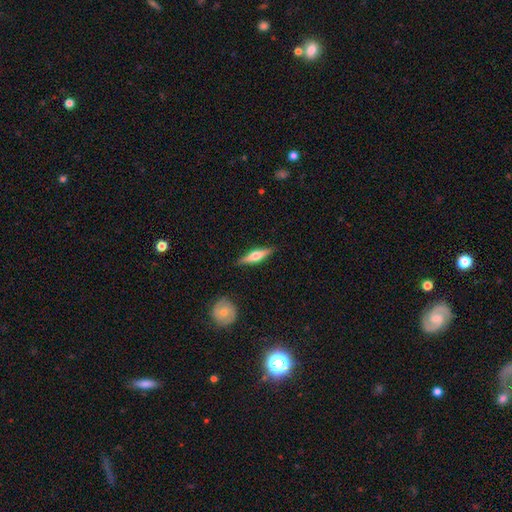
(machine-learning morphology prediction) The model was most divided on "smooth or featured": featured or disk: 56%, smooth: 39%, star or artifact: 5%. More confident: edge-on disk — yes (95%); edge-on bulge — rounded (89%); merging — none (88%).